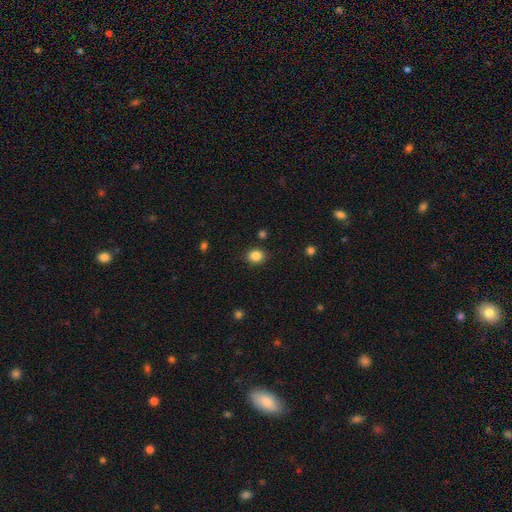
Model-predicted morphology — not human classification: A smooth galaxy with no disk features (86%) that is round (58%).

Vote fractions:
- Smooth or featured? smooth: 86% / star or artifact: 10% / featured or disk: 4%
- How rounded? round: 58% / in between: 41% / cigar-shaped: 1%
- Merging? none: 87% / minor disturbance: 9% / major disturbance: 3% / merger: 2%